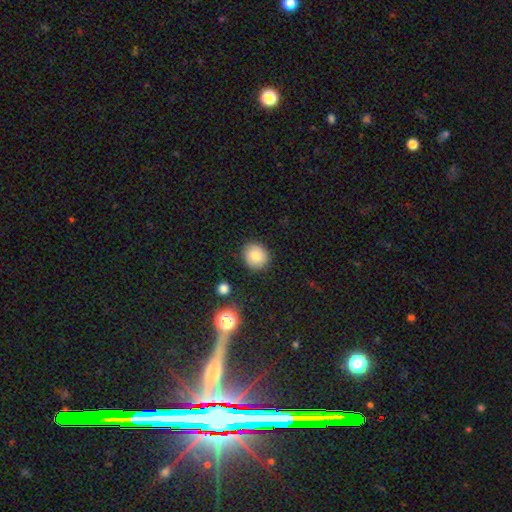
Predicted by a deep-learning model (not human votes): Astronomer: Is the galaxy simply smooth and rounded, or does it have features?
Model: smooth — 84%.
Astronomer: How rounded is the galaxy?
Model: round — 85%.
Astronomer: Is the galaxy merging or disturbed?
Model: none — 87%.